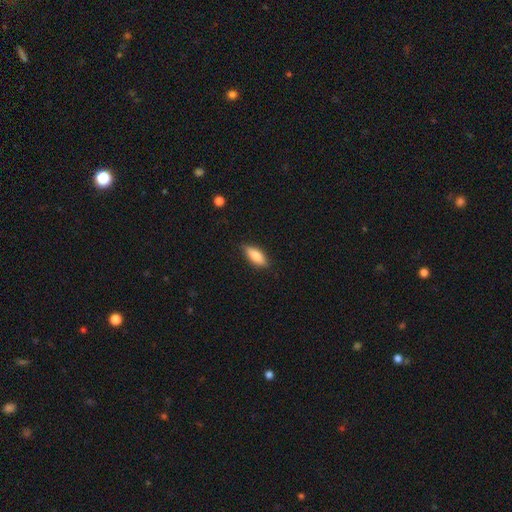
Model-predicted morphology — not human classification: smooth 78%, featured or disk 16%, star or artifact 6%. Down the decision tree: how rounded — in between (70%); merging — none (83%).